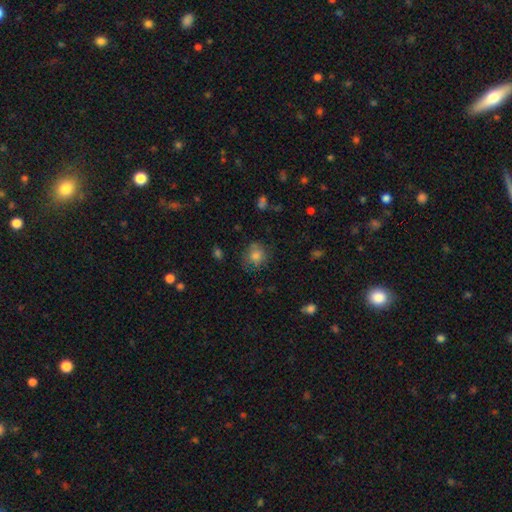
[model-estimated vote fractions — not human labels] A smooth galaxy with no disk features (75%) that is round (82%).

Vote fractions:
- Smooth or featured? smooth: 75% / star or artifact: 14% / featured or disk: 10%
- How rounded? round: 82% / in between: 17% / cigar-shaped: 1%
- Merging? none: 74% / minor disturbance: 17% / major disturbance: 6% / merger: 3%